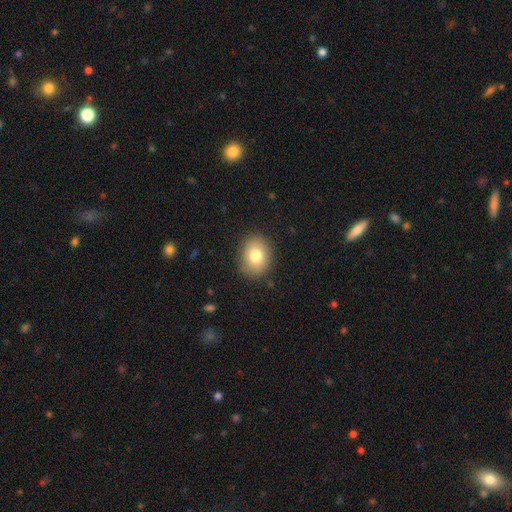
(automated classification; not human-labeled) Smooth or featured: smooth — 78% (featured or disk — 13%)
How rounded: round — 50% (in between — 49%)
Merging: none — 87% (minor disturbance — 9%)